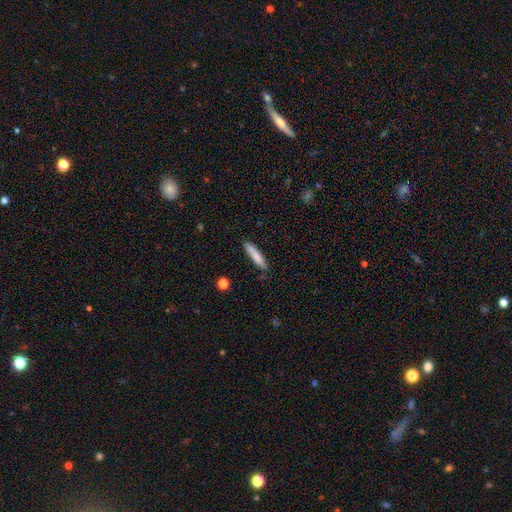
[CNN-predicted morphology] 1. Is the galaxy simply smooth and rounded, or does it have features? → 78% smooth, 16% featured or disk, 6% star or artifact.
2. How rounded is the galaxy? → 87% cigar-shaped, 11% in between, 1% round.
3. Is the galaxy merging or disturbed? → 82% none, 13% minor disturbance, 2% merger, 2% major disturbance.